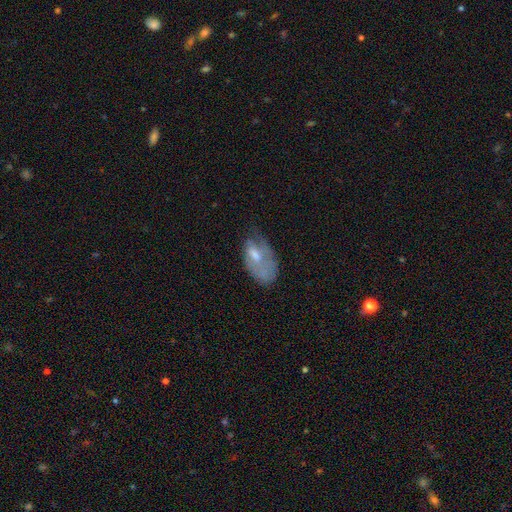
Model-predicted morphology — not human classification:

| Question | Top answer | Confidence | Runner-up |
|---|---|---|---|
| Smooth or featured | featured or disk | 46% | smooth (45%) |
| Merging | none | 33% | major disturbance (32%) |